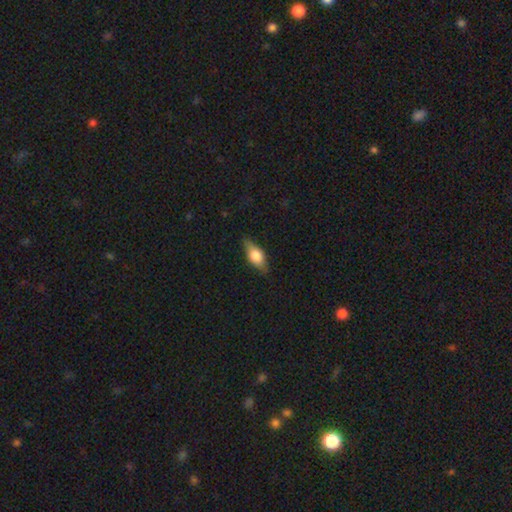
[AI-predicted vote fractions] This appears to be a smooth galaxy with no disk features (65%) that is in between round and cigar-shaped (77%). Merging: none (81%).